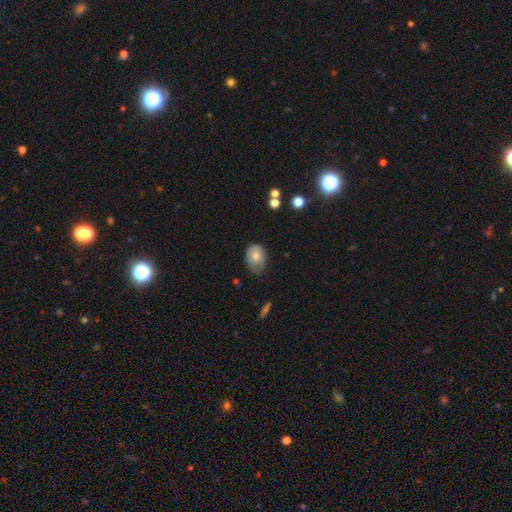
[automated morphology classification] This is likely a smooth galaxy (74%). How rounded: likely in between (67%). Merging: possibly none (56%).